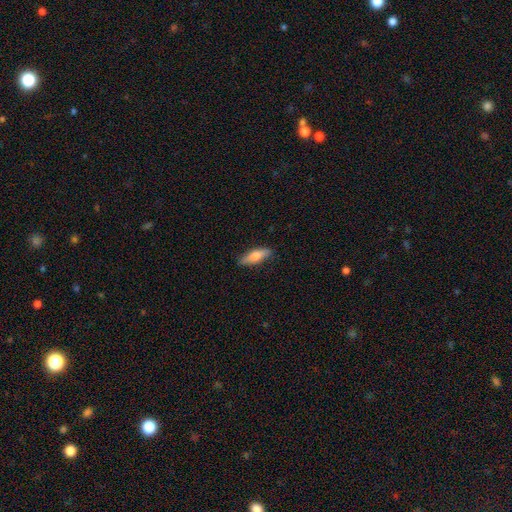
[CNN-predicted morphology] A smooth galaxy with no disk features (68%) that is cigar-shaped (56%). Merging: none (86%).